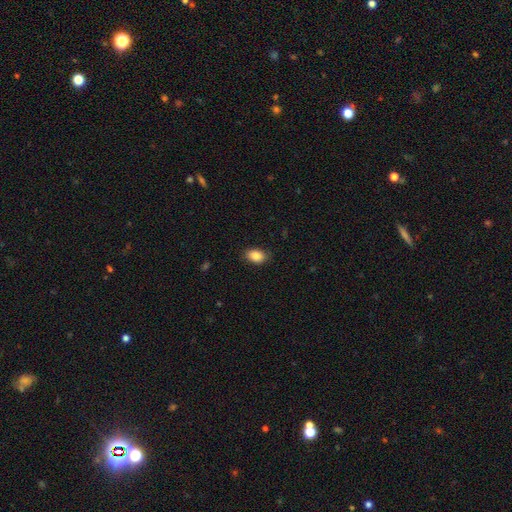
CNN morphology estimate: type=smooth (87%); roundness=in between (84%); merging=none (85%).